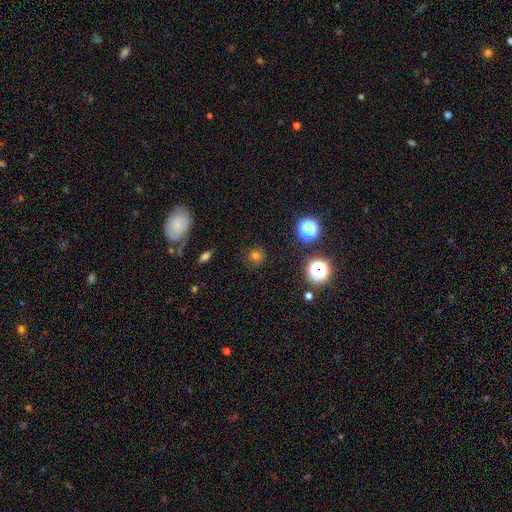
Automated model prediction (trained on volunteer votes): smooth 68%, star or artifact 24%, featured or disk 7%. Down the decision tree: how rounded — round (90%); merging — none (86%).